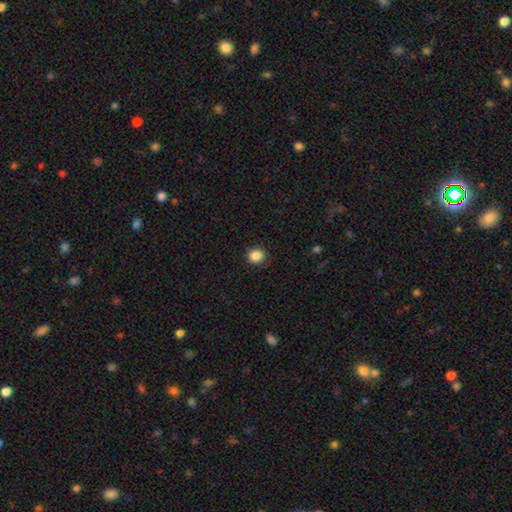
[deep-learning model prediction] A smooth galaxy with no disk features (87%) that is round (91%). Merging: none (90%).